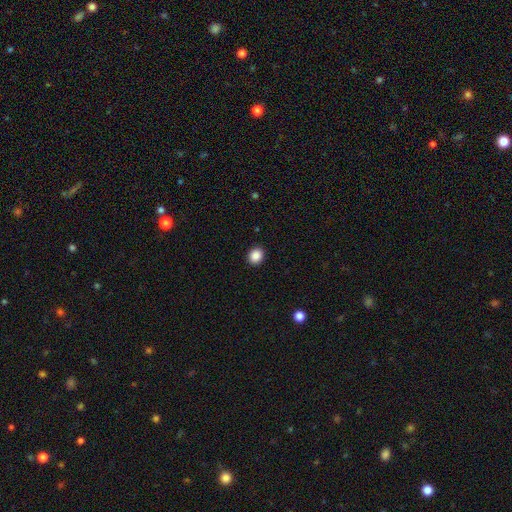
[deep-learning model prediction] Smooth or featured: smooth — 88% (star or artifact — 9%)
How rounded: round — 71% (in between — 29%)
Merging: none — 92% (minor disturbance — 6%)